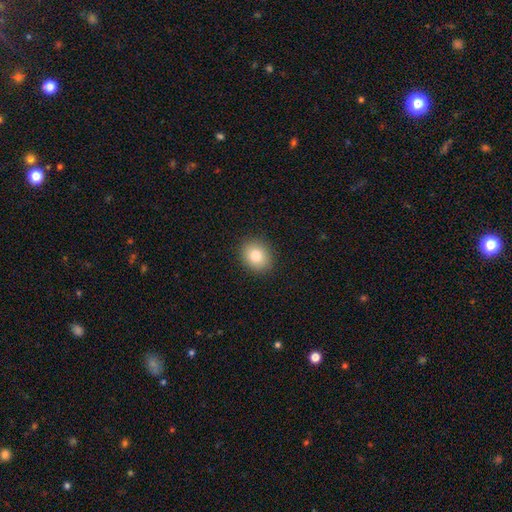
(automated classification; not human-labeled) Q: Smooth or featured?
A: smooth (80%); runner-up: star or artifact (10%)
Q: How rounded?
A: round (63%); runner-up: in between (36%)
Q: Merging?
A: none (90%); runner-up: minor disturbance (7%)